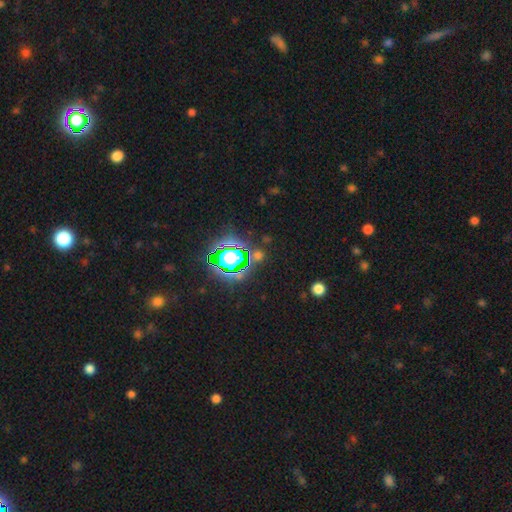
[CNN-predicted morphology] The model was most divided on "smooth or featured": star or artifact: 68%, smooth: 21%, featured or disk: 10%.